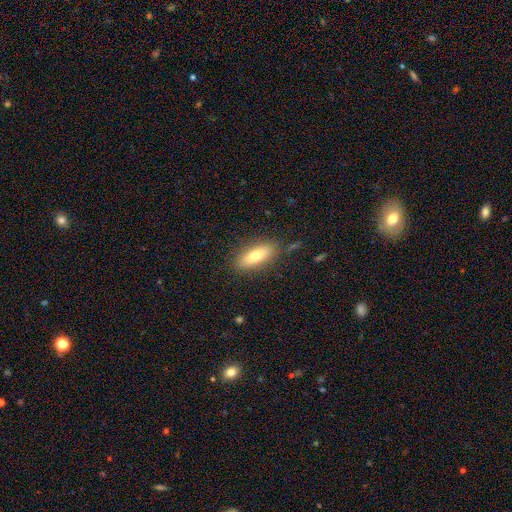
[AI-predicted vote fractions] Smooth or featured?
  - smooth: 71% *
  - featured or disk: 22%
  - star or artifact: 7%
How rounded?
  - in between: 68% *
  - cigar-shaped: 29%
  - round: 3%
Merging?
  - none: 85% *
  - minor disturbance: 11%
  - major disturbance: 3%
  - merger: 2%